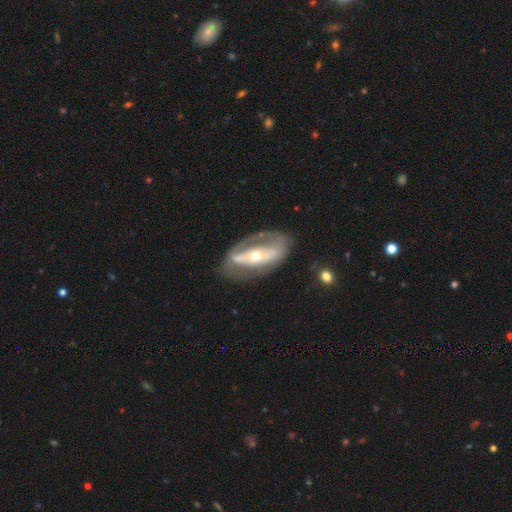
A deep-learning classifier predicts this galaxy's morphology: Smooth or featured? featured or disk (76%)
Edge-on disk? no (88%)
Bar? strong (45%)
Spiral arms? yes (53%)
Bulge size? moderate (49%)
Merging? none (60%)